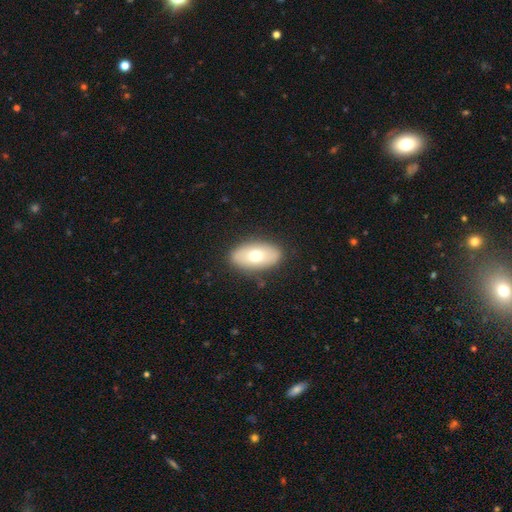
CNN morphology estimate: Smooth or featured: smooth — 67% (featured or disk — 27%)
How rounded: in between — 92% (round — 4%)
Merging: none — 87% (minor disturbance — 10%)